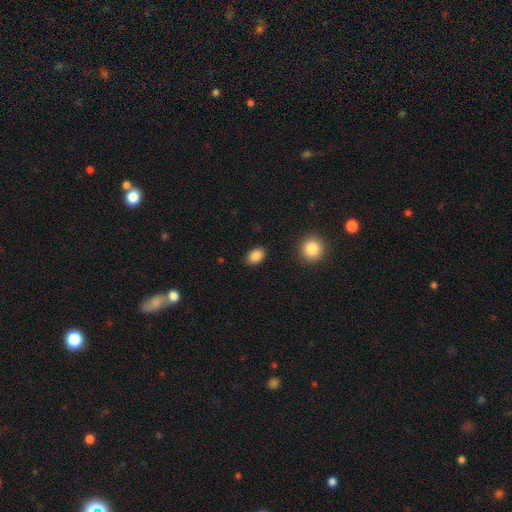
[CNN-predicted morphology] Q: Smooth or featured?
A: smooth (87%); runner-up: star or artifact (9%)
Q: How rounded?
A: in between (72%); runner-up: round (27%)
Q: Merging?
A: none (88%); runner-up: minor disturbance (8%)